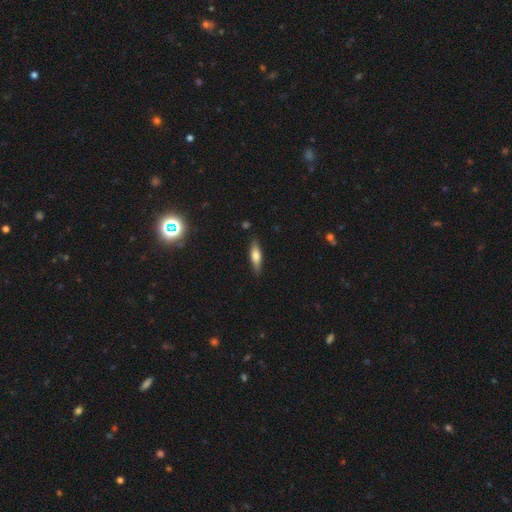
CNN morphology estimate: The model was most divided on "how rounded": cigar-shaped: 61%, in between: 37%, round: 2%. More confident: merging — none (85%); smooth or featured — smooth (61%).